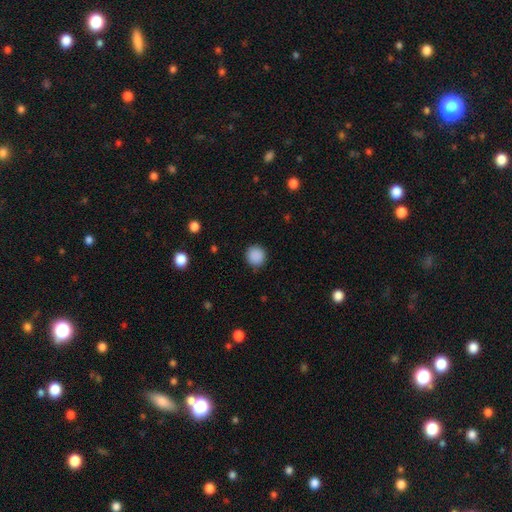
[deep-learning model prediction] A smooth galaxy with no disk features (88%) that is round (93%).

Vote fractions:
- Smooth or featured? smooth: 88% / star or artifact: 9% / featured or disk: 3%
- How rounded? round: 93% / in between: 6% / cigar-shaped: 1%
- Merging? none: 89% / minor disturbance: 8% / major disturbance: 2% / merger: 1%